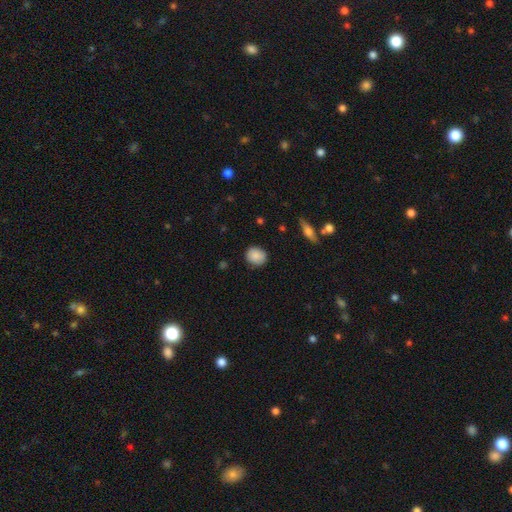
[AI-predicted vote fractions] Smooth or featured?
  - smooth: 86% *
  - star or artifact: 7%
  - featured or disk: 6%
How rounded?
  - round: 76% *
  - in between: 23%
  - cigar-shaped: 1%
Merging?
  - none: 86% *
  - minor disturbance: 11%
  - major disturbance: 2%
  - merger: 1%